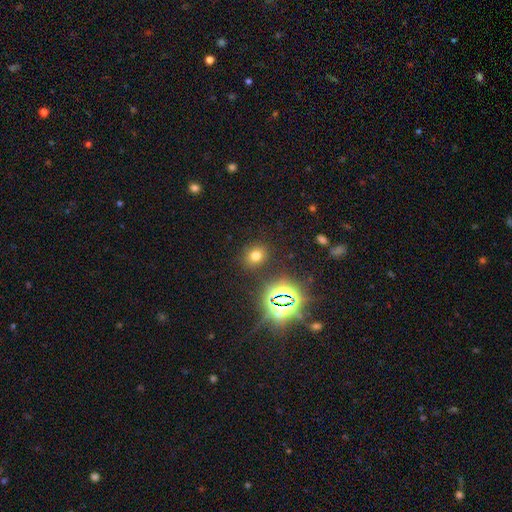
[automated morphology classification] Q: Smooth or featured?
A: smooth (66%); runner-up: star or artifact (26%)
Q: How rounded?
A: round (63%); runner-up: in between (36%)
Q: Merging?
A: none (86%); runner-up: minor disturbance (8%)